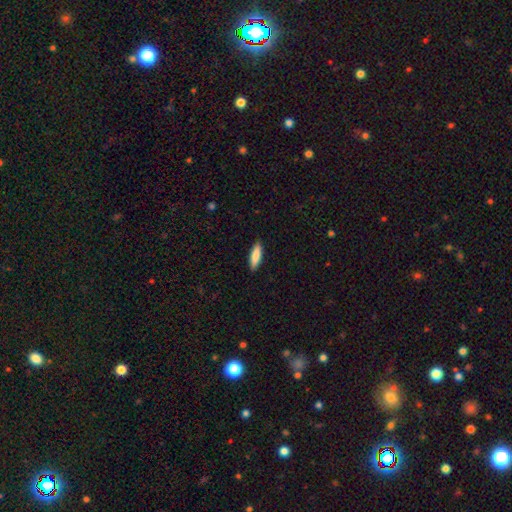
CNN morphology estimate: This appears to be a smooth galaxy with no disk features (85%) that is cigar-shaped (61%). Merging: none (89%).